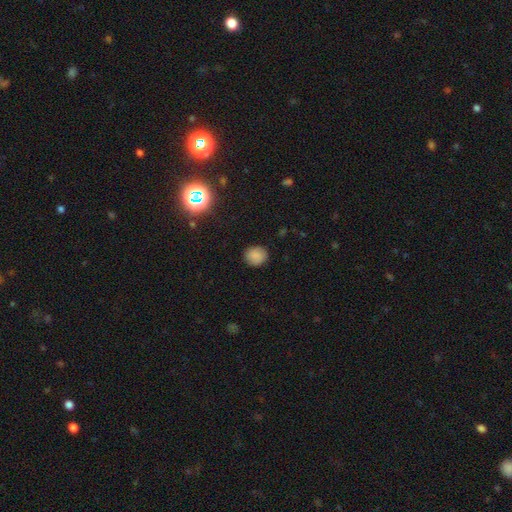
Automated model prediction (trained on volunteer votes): Q: Smooth or featured?
A: smooth (83%); runner-up: star or artifact (12%)
Q: How rounded?
A: round (81%); runner-up: in between (18%)
Q: Merging?
A: none (87%); runner-up: minor disturbance (9%)